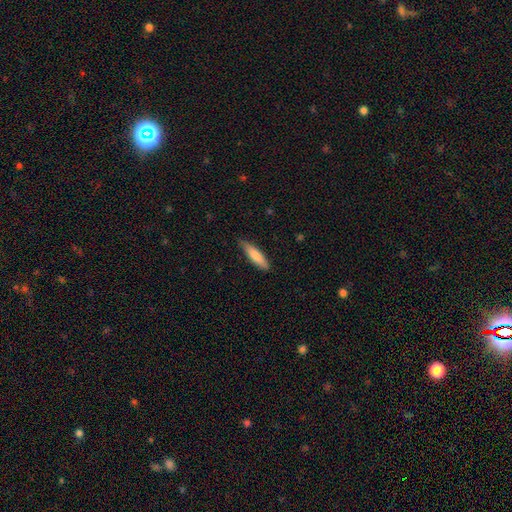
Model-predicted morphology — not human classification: Smooth or featured: smooth — 79% (featured or disk — 15%)
How rounded: cigar-shaped — 72% (in between — 26%)
Merging: none — 80% (minor disturbance — 16%)